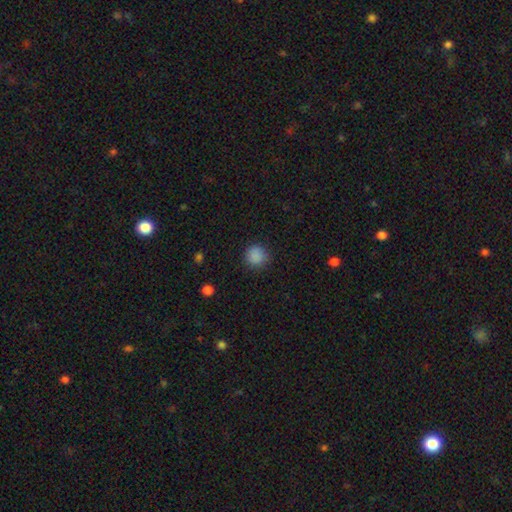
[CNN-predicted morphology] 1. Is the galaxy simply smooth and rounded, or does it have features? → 86% smooth, 10% star or artifact, 3% featured or disk.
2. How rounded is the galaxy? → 92% round, 7% in between, 1% cigar-shaped.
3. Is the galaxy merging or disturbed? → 87% none, 9% minor disturbance, 3% major disturbance, 1% merger.